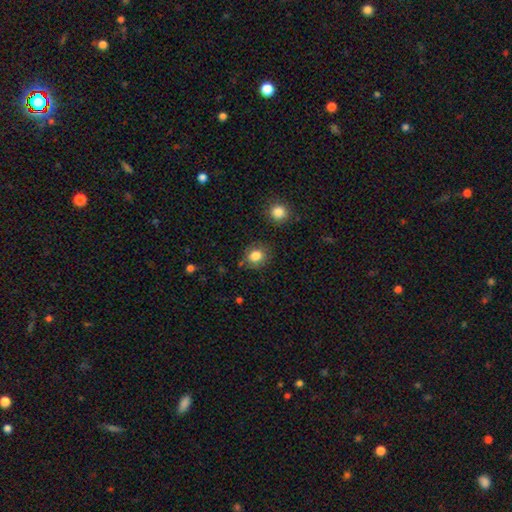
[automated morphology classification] A smooth galaxy with no disk features (83%) that is round (75%). Merging: none (81%).